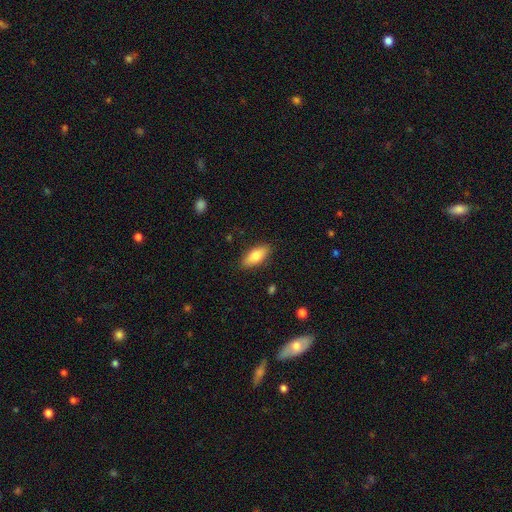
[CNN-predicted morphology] A smooth galaxy with no disk features (78%) that is in between round and cigar-shaped (80%).

Vote fractions:
- Smooth or featured? smooth: 78% / featured or disk: 16% / star or artifact: 6%
- How rounded? in between: 80% / cigar-shaped: 17% / round: 3%
- Merging? none: 87% / minor disturbance: 10% / major disturbance: 2% / merger: 1%